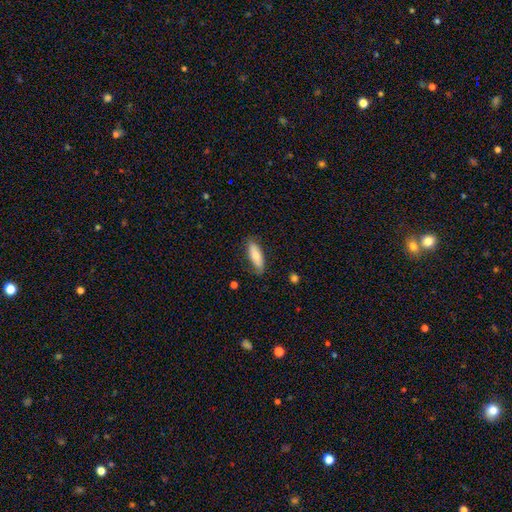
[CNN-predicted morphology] This is likely a smooth galaxy (72%). How rounded: likely in between (64%). Merging: likely none (78%).